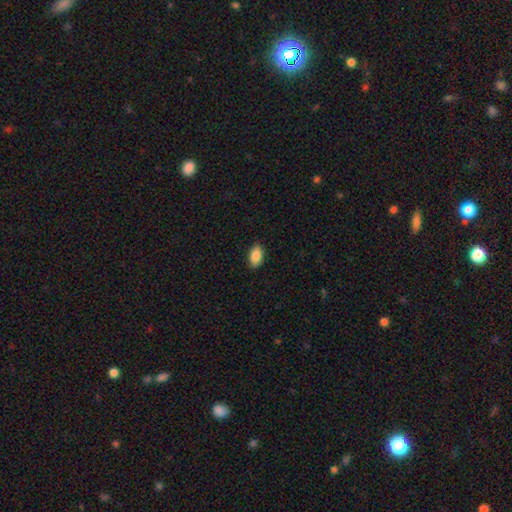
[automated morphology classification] A smooth galaxy with no disk features (87%) that is in between round and cigar-shaped (93%).

Vote fractions:
- Smooth or featured? smooth: 87% / star or artifact: 7% / featured or disk: 6%
- How rounded? in between: 93% / round: 5% / cigar-shaped: 2%
- Merging? none: 88% / minor disturbance: 9% / major disturbance: 2% / merger: 1%